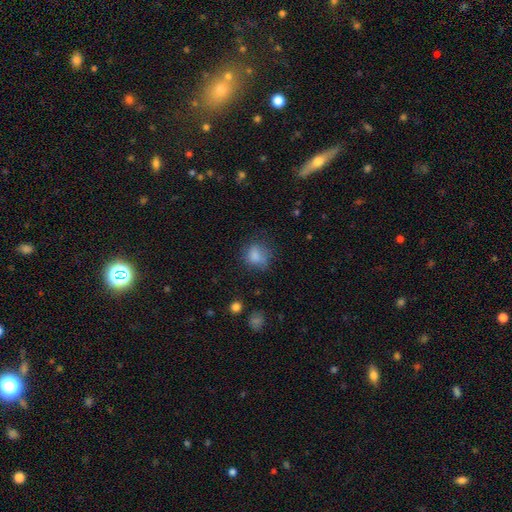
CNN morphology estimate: Smooth or featured? smooth (79%)
How rounded? round (57%)
Merging? none (59%)